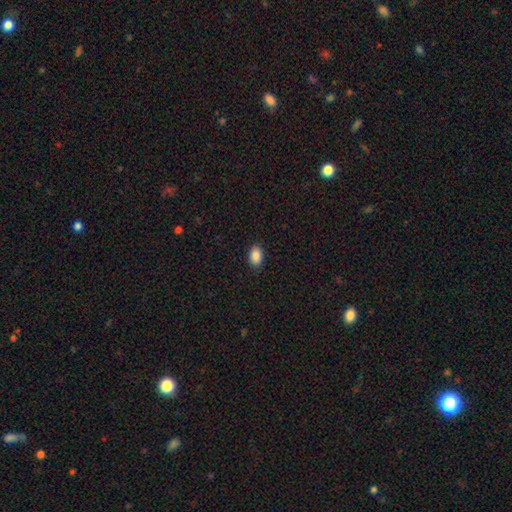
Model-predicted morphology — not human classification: Q: Smooth or featured?
A: smooth (88%); runner-up: star or artifact (8%)
Q: How rounded?
A: in between (89%); runner-up: round (9%)
Q: Merging?
A: none (90%); runner-up: minor disturbance (8%)